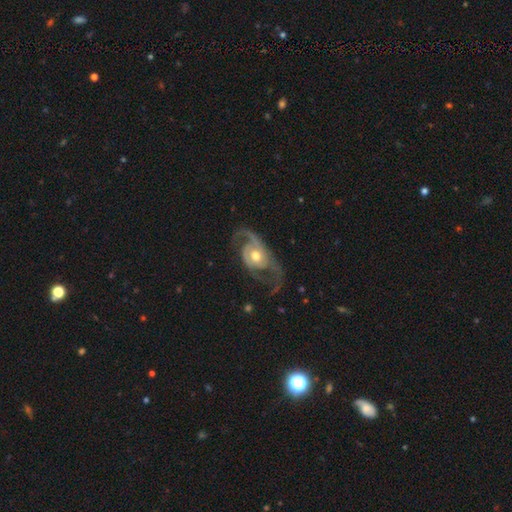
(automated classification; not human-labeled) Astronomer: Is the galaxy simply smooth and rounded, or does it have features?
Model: featured or disk — 85%.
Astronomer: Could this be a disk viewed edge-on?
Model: no — 96%.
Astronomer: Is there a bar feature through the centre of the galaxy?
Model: no — 70%.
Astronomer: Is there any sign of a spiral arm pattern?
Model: yes — 92%.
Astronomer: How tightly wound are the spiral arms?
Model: medium — 43% (runner-up: loose, 40%).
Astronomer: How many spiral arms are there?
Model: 2 — 78%.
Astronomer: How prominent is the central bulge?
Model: moderate — 72%.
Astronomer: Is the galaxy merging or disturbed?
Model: none — 54%.